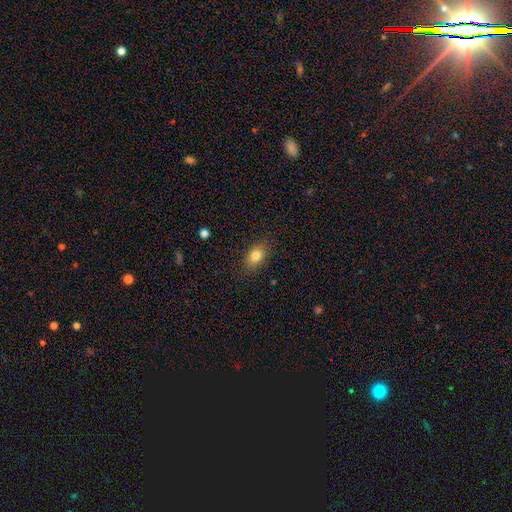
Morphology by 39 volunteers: smooth 72%, featured or disk 18%, star or artifact 10%. Down the decision tree: how rounded — in between (86%); merging — none (80%).